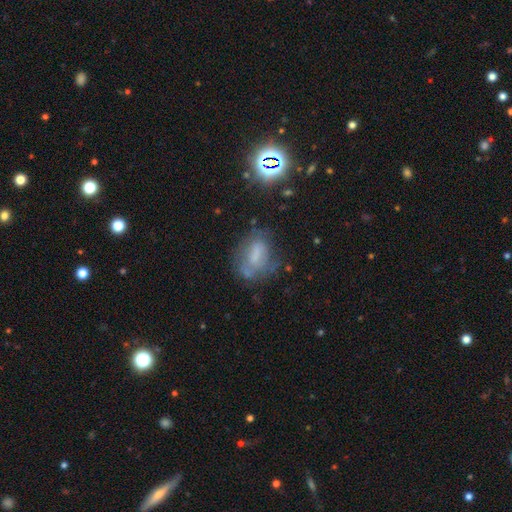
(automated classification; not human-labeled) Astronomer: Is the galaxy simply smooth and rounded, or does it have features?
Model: smooth — 46% (runner-up: featured or disk, 35%).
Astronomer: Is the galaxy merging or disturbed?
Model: none — 50% (runner-up: minor disturbance, 25%).